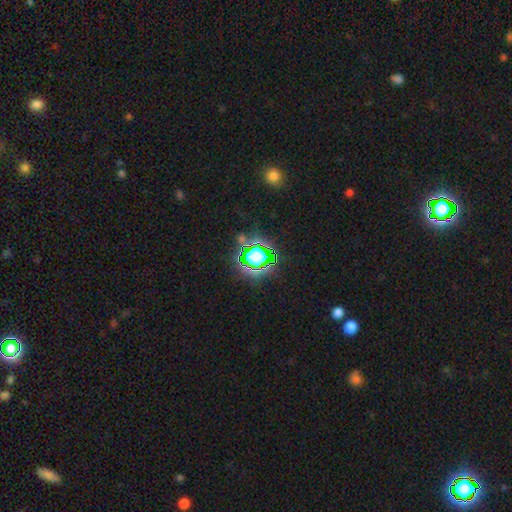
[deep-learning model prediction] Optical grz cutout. It shows a star or artifact, not a galaxy (67%).